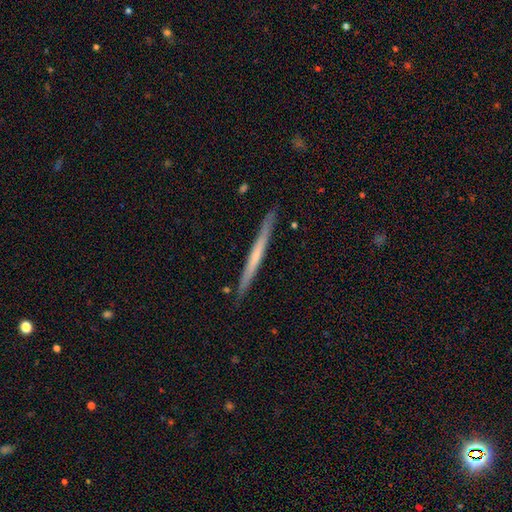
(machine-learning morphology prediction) This appears to be a featured or disk galaxy (55%) viewed edge-on (97%) with no central bulge (79%). Merging: none (90%).